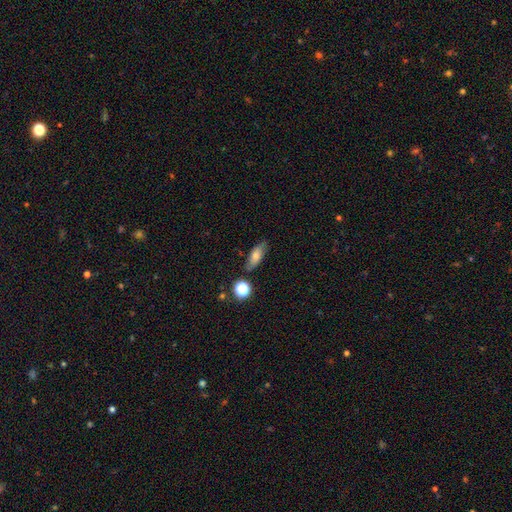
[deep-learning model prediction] smooth_or_featured: smooth (p=0.68) [alt: featured or disk p=0.22]
how_rounded: in between (p=0.71) [alt: cigar-shaped p=0.23]
merging: none (p=0.78) [alt: minor disturbance p=0.15]